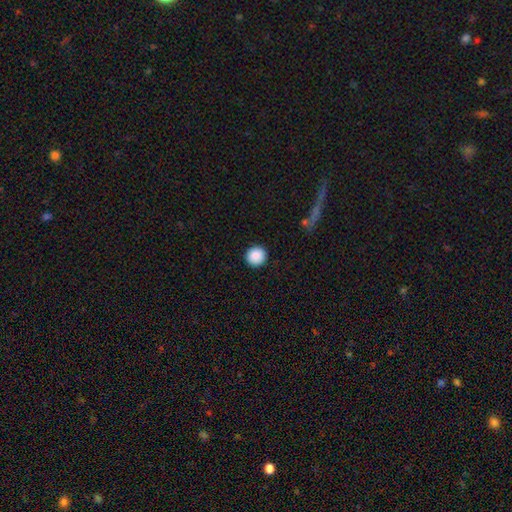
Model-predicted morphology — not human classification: smooth-or-featured: smooth: 89% | star or artifact: 8% | featured or disk: 3%
  how-rounded: round: 95% | in between: 5% | cigar-shaped: 1%
  merging: none: 92% | minor disturbance: 5% | major disturbance: 2% | merger: 1%